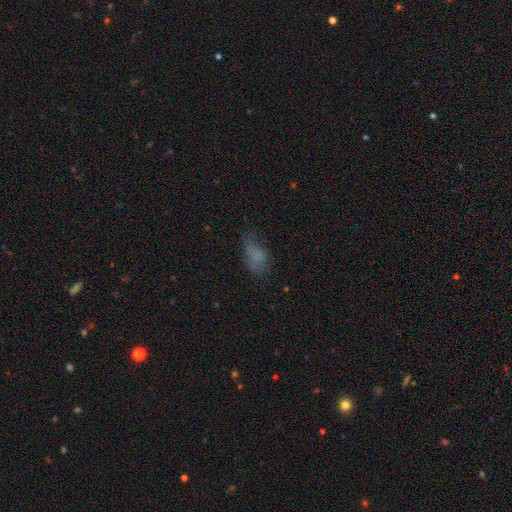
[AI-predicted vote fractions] Smooth or featured?
  - smooth: 68% *
  - featured or disk: 17%
  - star or artifact: 15%
How rounded?
  - in between: 87% *
  - round: 7%
  - cigar-shaped: 6%
Merging?
  - none: 43% *
  - minor disturbance: 29%
  - major disturbance: 25%
  - merger: 3%